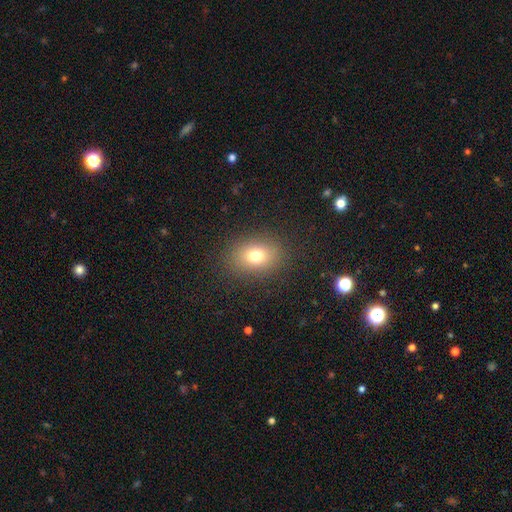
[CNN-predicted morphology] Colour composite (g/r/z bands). It shows a smooth galaxy with no disk features (75%) that is in between round and cigar-shaped (60%). Merging: none (87%).